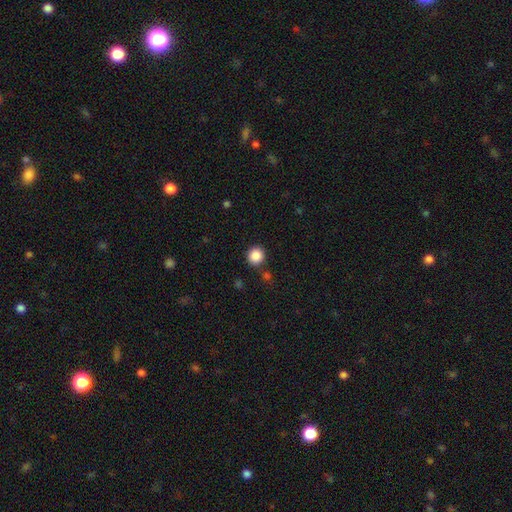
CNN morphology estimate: smooth 87%, star or artifact 10%, featured or disk 3%. Down the decision tree: how rounded — round (92%); merging — none (86%).